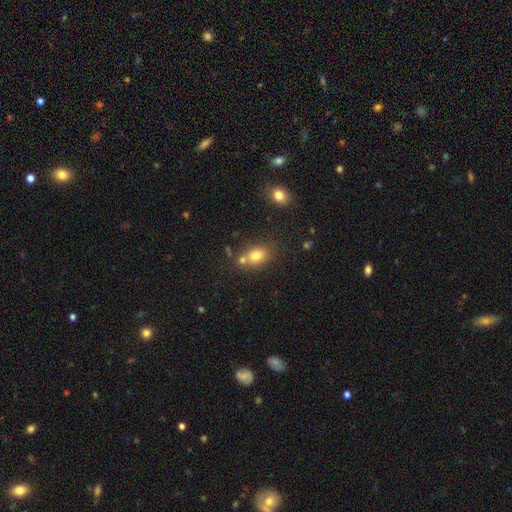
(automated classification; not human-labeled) smooth 78%, star or artifact 12%, featured or disk 10%. Down the decision tree: how rounded — in between (60%); merging — none (58%).